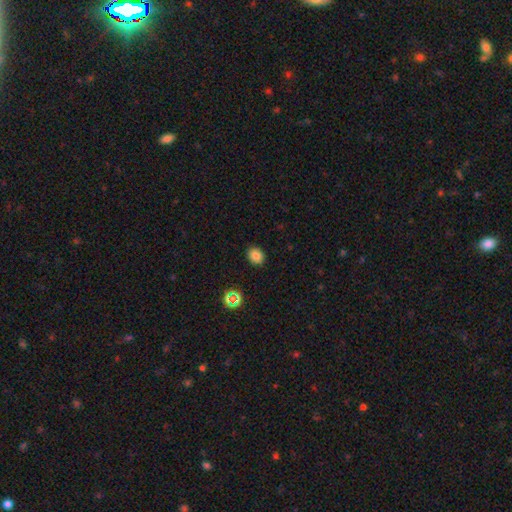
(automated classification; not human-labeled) smooth 80%, star or artifact 14%, featured or disk 6%. Down the decision tree: how rounded — round (54%); merging — none (89%).